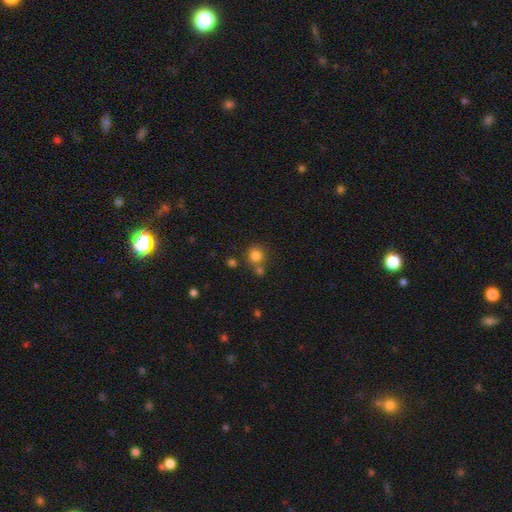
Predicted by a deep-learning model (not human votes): Q: Smooth or featured?
A: smooth (81%); runner-up: star or artifact (13%)
Q: How rounded?
A: round (89%); runner-up: in between (10%)
Q: Merging?
A: none (66%); runner-up: merger (21%)